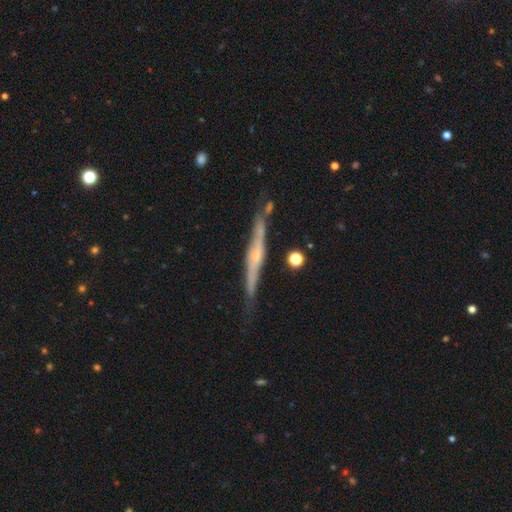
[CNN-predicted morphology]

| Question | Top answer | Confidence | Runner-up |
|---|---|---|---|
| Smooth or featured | featured or disk | 78% | smooth (16%) |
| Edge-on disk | yes | 93% | no (7%) |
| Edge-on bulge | rounded | 69% | none (25%) |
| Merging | none | 72% | minor disturbance (20%) |